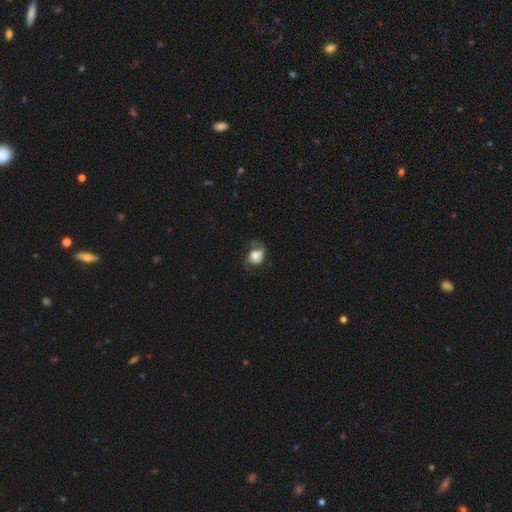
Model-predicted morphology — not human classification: Smooth or featured? Predicted: smooth (p=0.68). How rounded? Predicted: round (p=0.50). Merging? Predicted: none (p=0.38).